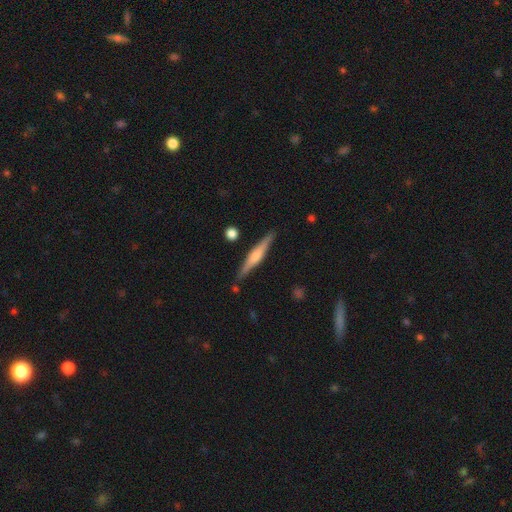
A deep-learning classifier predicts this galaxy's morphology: A featured or disk galaxy (63%) viewed edge-on (97%) with a rounded central bulge (72%). Merging: none (87%).